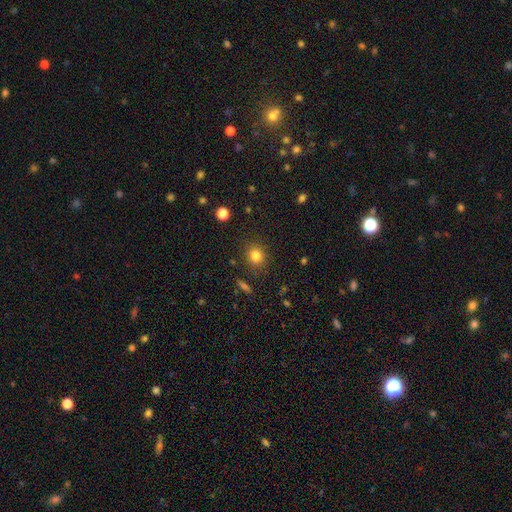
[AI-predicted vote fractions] Smooth or featured? smooth (81%)
How rounded? round (82%)
Merging? none (86%)